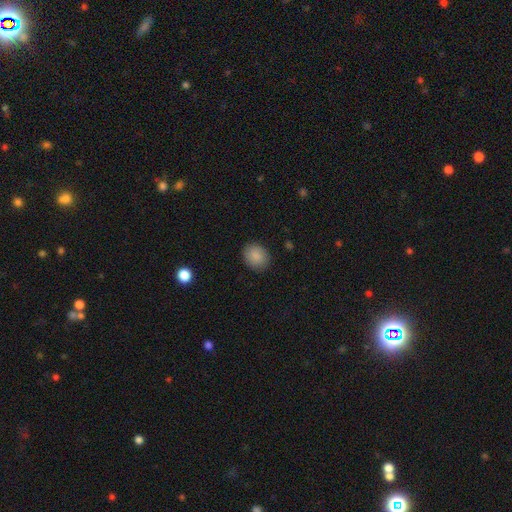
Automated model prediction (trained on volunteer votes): This is clearly a smooth galaxy (88%). How rounded: likely round (62%). Merging: clearly none (87%).